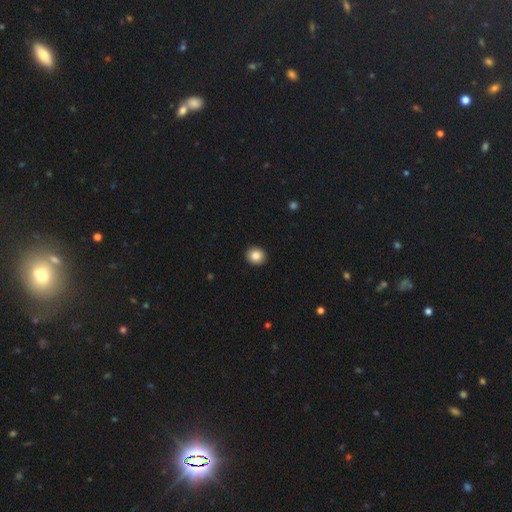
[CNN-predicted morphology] A smooth galaxy with no disk features (85%) that is round (80%).

Vote fractions:
- Smooth or featured? smooth: 85% / star or artifact: 9% / featured or disk: 6%
- How rounded? round: 80% / in between: 19% / cigar-shaped: 1%
- Merging? none: 93% / minor disturbance: 5% / major disturbance: 1% / merger: 1%